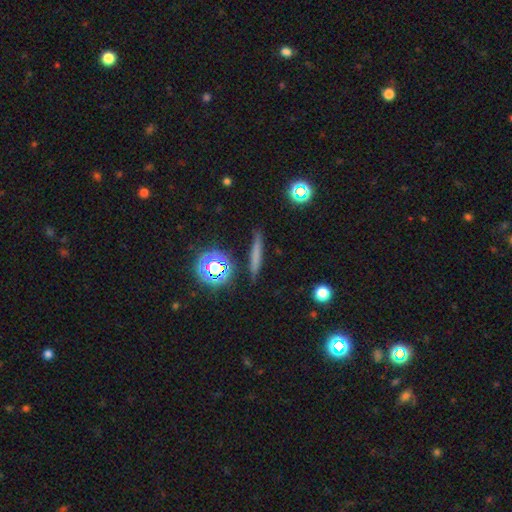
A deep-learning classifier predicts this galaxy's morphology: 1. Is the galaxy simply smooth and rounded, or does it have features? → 63% smooth, 22% featured or disk, 15% star or artifact.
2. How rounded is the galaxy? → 90% cigar-shaped, 5% in between, 5% round.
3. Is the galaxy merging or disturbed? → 85% none, 10% minor disturbance, 2% major disturbance, 2% merger.